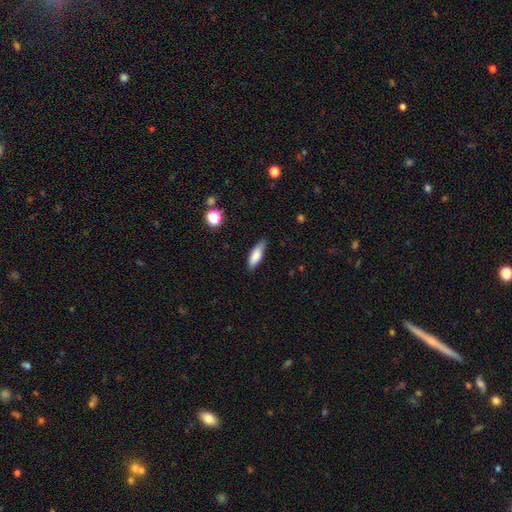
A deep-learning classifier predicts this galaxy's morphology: A smooth galaxy with no disk features (82%) that is in between round and cigar-shaped (59%). Merging: none (79%).